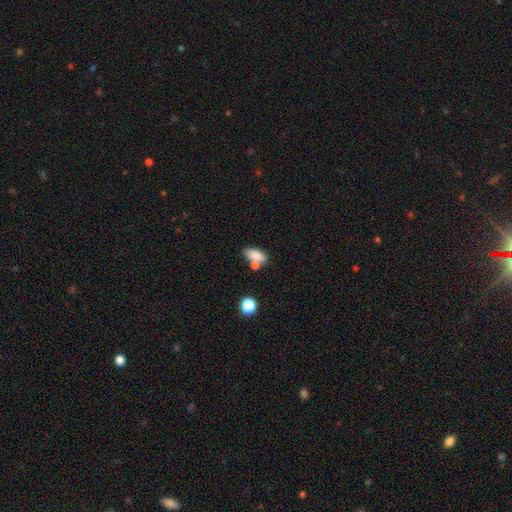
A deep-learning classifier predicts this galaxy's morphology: type=smooth (83%); roundness=in between (83%); merging=none (55%).